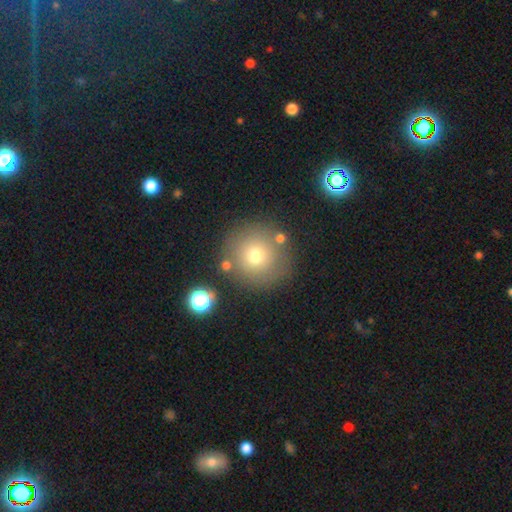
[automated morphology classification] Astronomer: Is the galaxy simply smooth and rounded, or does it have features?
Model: smooth — 71%.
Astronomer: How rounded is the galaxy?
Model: round — 94%.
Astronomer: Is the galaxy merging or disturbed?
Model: none — 81%.